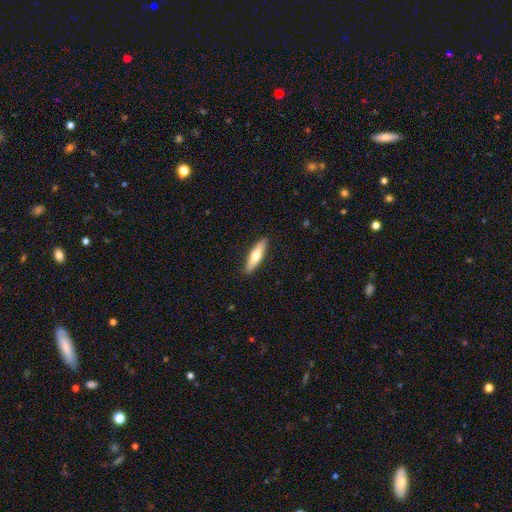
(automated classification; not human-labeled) Overall: smooth (58%; featured or disk 37%). How rounded: cigar-shaped (72%). Merging: none (90%).